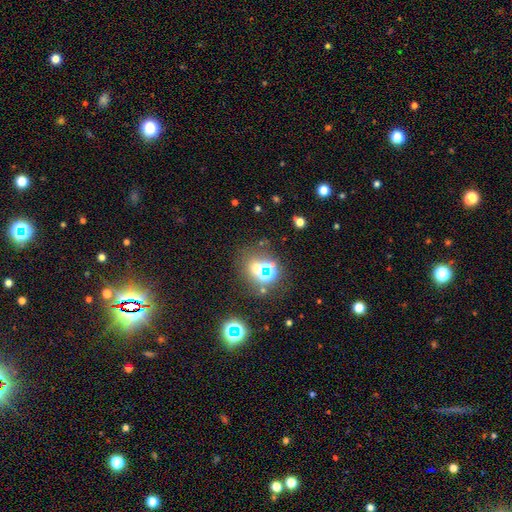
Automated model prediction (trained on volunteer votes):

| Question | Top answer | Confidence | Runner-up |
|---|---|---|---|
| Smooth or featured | star or artifact | 66% | smooth (22%) |